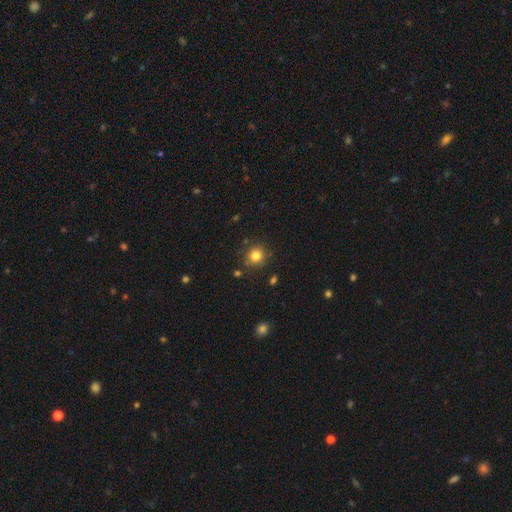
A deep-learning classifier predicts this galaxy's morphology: Smooth or featured: smooth — 81% (star or artifact — 13%)
How rounded: round — 90% (in between — 9%)
Merging: none — 83% (minor disturbance — 10%)